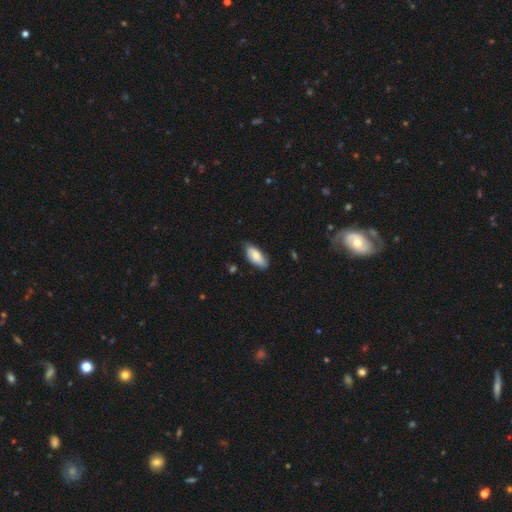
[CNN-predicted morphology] Q: Smooth or featured?
A: smooth (76%); runner-up: featured or disk (18%)
Q: How rounded?
A: in between (89%); runner-up: cigar-shaped (8%)
Q: Merging?
A: none (75%); runner-up: minor disturbance (21%)